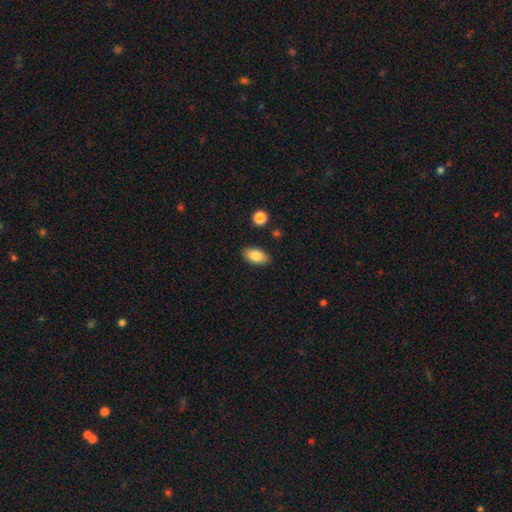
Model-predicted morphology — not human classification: smooth-or-featured: smooth: 85% | featured or disk: 7% | star or artifact: 7%
  how-rounded: in between: 92% | round: 5% | cigar-shaped: 2%
  merging: none: 87% | minor disturbance: 9% | major disturbance: 2% | merger: 2%